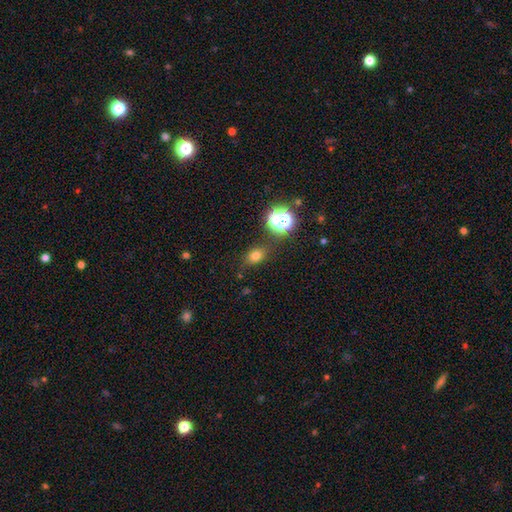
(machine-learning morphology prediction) A smooth galaxy with no disk features (72%) that is in between round and cigar-shaped (59%).

Vote fractions:
- Smooth or featured? smooth: 72% / star or artifact: 19% / featured or disk: 8%
- How rounded? in between: 59% / round: 39% / cigar-shaped: 2%
- Merging? none: 79% / minor disturbance: 14% / major disturbance: 4% / merger: 3%